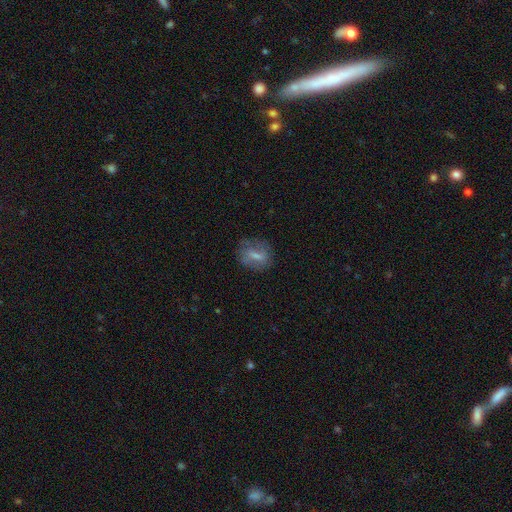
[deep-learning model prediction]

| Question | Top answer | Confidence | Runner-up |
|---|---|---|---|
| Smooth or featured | smooth | 47% | featured or disk (40%) |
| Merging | none | 76% | minor disturbance (16%) |